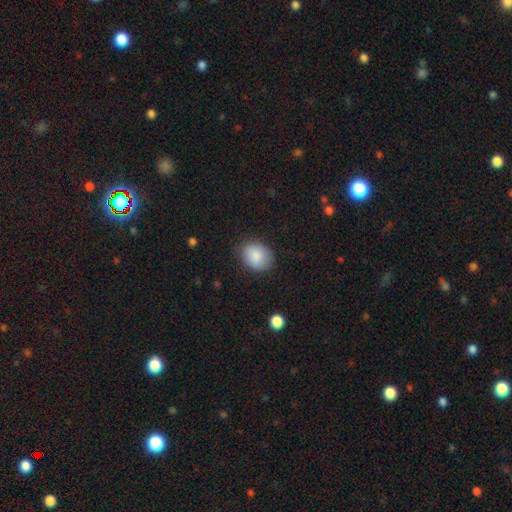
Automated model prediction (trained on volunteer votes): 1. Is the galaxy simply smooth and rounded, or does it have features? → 88% smooth, 7% star or artifact, 5% featured or disk.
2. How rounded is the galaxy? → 50% round, 49% in between, 1% cigar-shaped.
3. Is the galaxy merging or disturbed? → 83% none, 13% minor disturbance, 3% major disturbance, 1% merger.